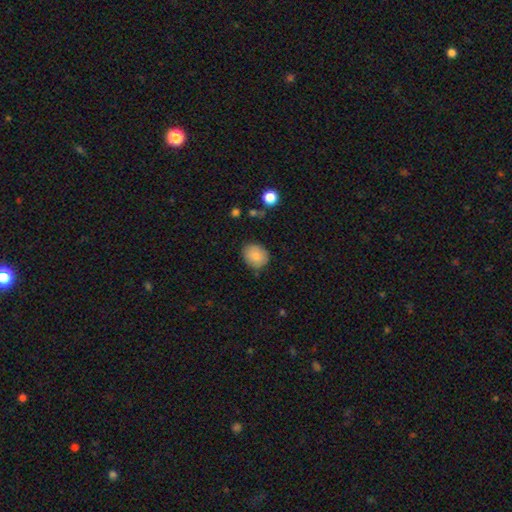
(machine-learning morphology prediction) Smooth or featured? smooth (85%)
How rounded? round (63%)
Merging? none (80%)